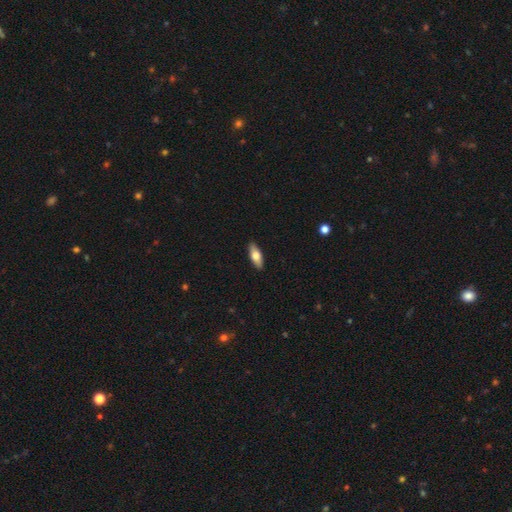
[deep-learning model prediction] A smooth galaxy with no disk features (69%) that is in between round and cigar-shaped (72%).

Vote fractions:
- Smooth or featured? smooth: 69% / featured or disk: 26% / star or artifact: 6%
- How rounded? in between: 72% / cigar-shaped: 25% / round: 3%
- Merging? none: 90% / minor disturbance: 7% / major disturbance: 2% / merger: 1%